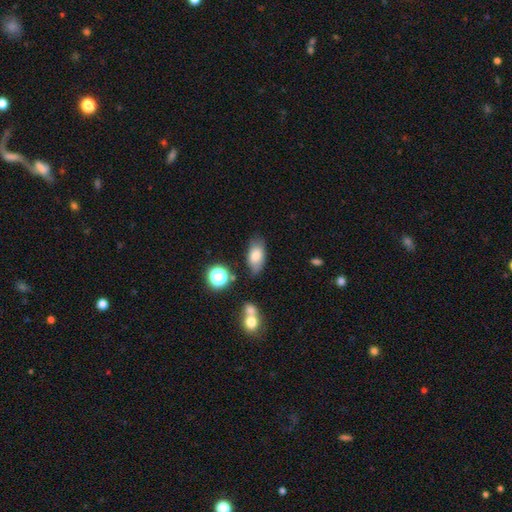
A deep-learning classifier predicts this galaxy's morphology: The model was most divided on "merging": none: 69%, minor disturbance: 21%, merger: 5%, major disturbance: 5%. More confident: how rounded — in between (89%); smooth or featured — smooth (77%).